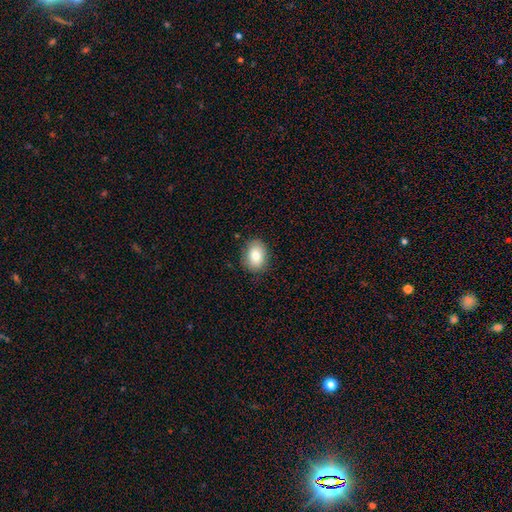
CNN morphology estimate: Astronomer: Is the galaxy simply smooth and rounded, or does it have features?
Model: smooth — 80%.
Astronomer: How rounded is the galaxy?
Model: in between — 69%.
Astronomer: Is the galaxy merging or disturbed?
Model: none — 85%.